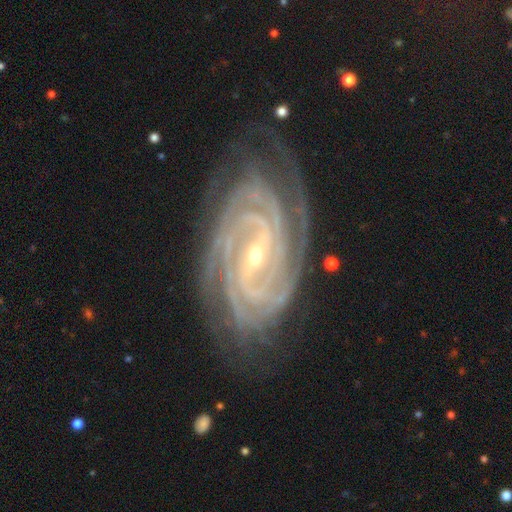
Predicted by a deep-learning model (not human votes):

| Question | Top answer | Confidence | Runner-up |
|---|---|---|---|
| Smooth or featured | featured or disk | 93% | star or artifact (4%) |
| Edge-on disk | no | 96% | yes (4%) |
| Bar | strong | 47% | weak (35%) |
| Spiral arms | yes | 99% | no (1%) |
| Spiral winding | tight | 79% | medium (19%) |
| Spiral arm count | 4 | 26% | 3 (23%) |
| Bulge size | small | 66% | moderate (31%) |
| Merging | none | 72% | minor disturbance (19%) |